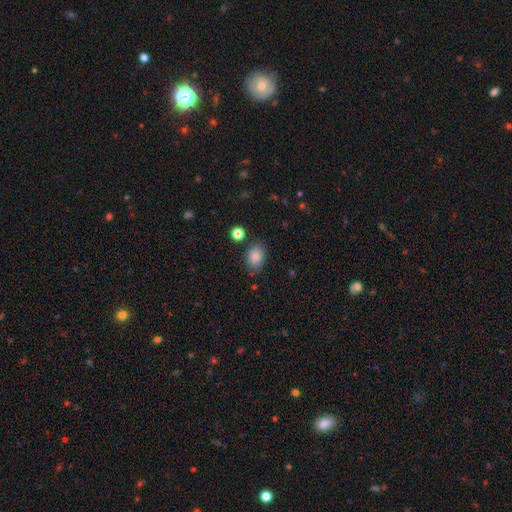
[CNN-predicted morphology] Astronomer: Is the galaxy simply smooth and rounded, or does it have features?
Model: smooth — 85%.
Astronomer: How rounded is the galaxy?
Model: in between — 80%.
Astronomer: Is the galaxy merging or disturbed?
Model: none — 78%.